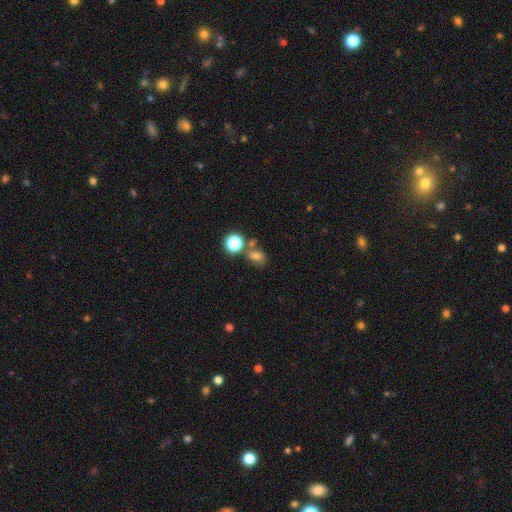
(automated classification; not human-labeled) Smooth or featured? smooth (68%)
How rounded? in between (57%)
Merging? none (55%)